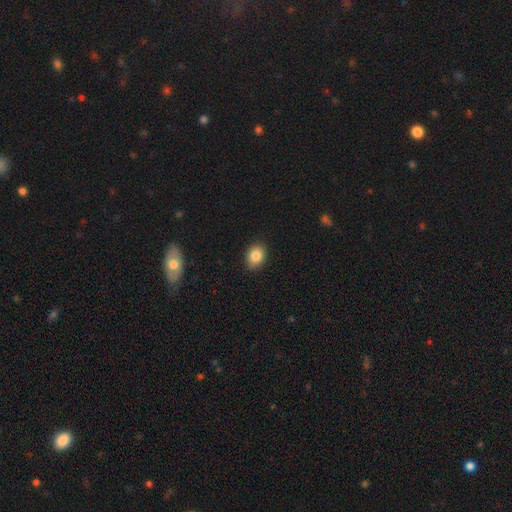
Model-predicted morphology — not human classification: Smooth or featured: smooth — 84% (star or artifact — 9%)
How rounded: in between — 60% (round — 39%)
Merging: none — 89% (minor disturbance — 8%)